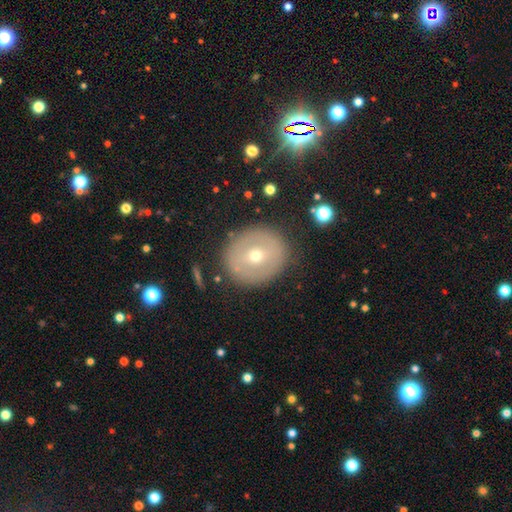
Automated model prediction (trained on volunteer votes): This appears to be a featured or disk galaxy (46%). Merging: none (86%).